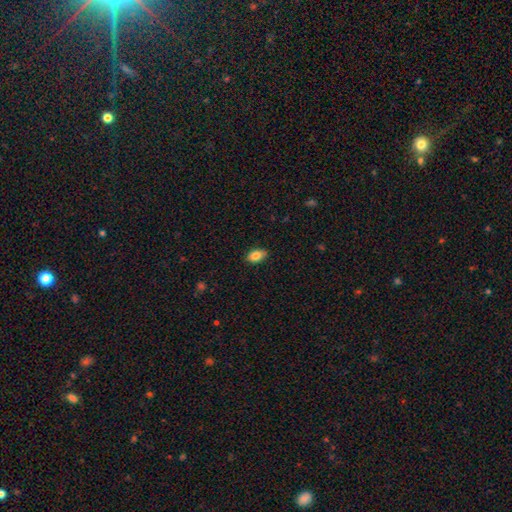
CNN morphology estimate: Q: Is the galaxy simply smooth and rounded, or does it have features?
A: smooth — 85%.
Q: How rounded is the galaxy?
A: in between — 89%.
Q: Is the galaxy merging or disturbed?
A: none — 86%.